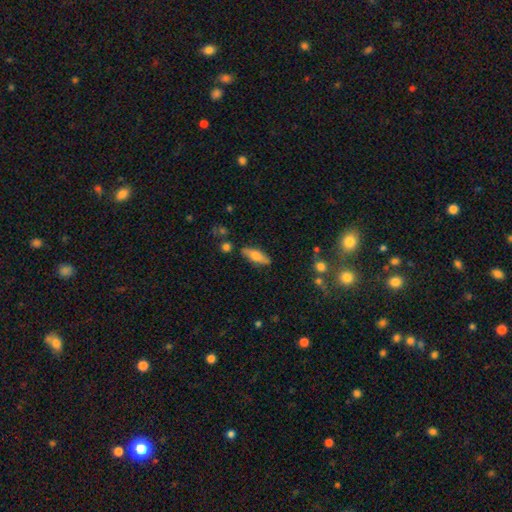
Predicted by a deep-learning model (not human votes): Morphology: type=smooth (68%); roundness=in between (59%); merging=none (84%).